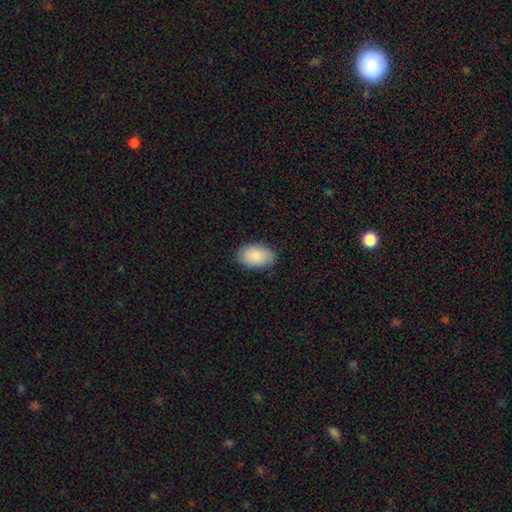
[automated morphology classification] Smooth or featured? Predicted: smooth (p=0.86). How rounded? Predicted: in between (p=0.91). Merging? Predicted: none (p=0.84).